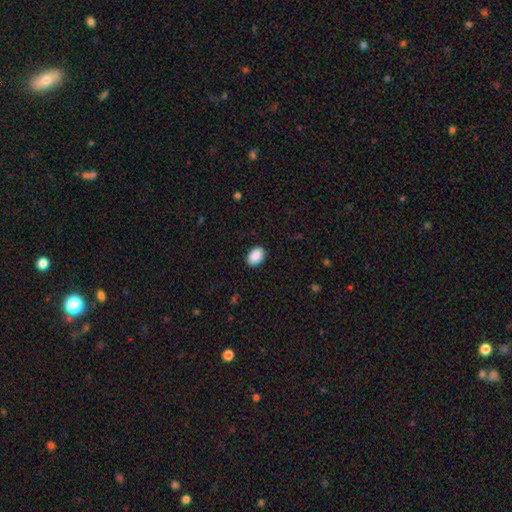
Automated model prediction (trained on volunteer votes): smooth_or_featured: smooth (p=0.90) [alt: star or artifact p=0.07]
how_rounded: in between (p=0.85) [alt: round p=0.14]
merging: none (p=0.89) [alt: minor disturbance p=0.08]